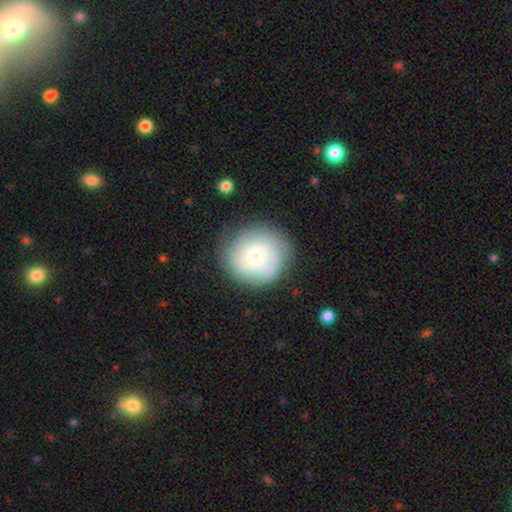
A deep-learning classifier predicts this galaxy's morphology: Smooth or featured?
  - smooth: 53% *
  - featured or disk: 39%
  - star or artifact: 8%
How rounded?
  - round: 90% *
  - in between: 9%
  - cigar-shaped: 1%
Merging?
  - none: 77% *
  - minor disturbance: 16%
  - major disturbance: 6%
  - merger: 2%